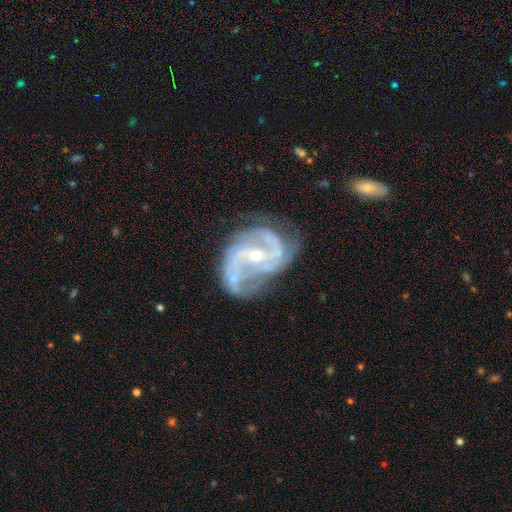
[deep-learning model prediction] Smooth or featured? featured or disk (90%)
Edge-on disk? no (98%)
Bar? weak (41%)
Spiral arms? yes (96%)
Spiral winding? medium (51%)
Spiral arm count? 2 (67%)
Bulge size? small (60%)
Merging? none (50%)